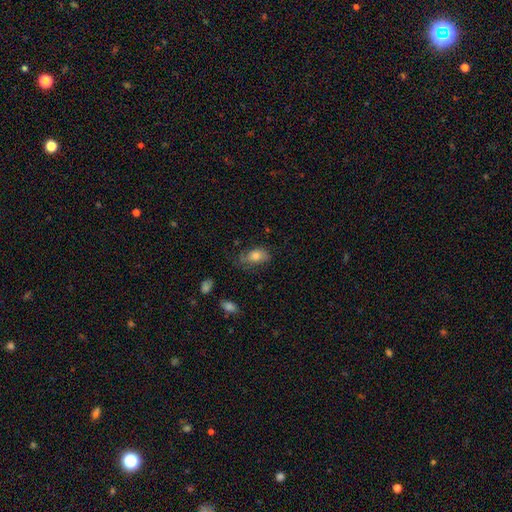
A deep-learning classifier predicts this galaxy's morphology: A smooth galaxy with no disk features (73%) that is in between round and cigar-shaped (84%). Merging: none (55%).